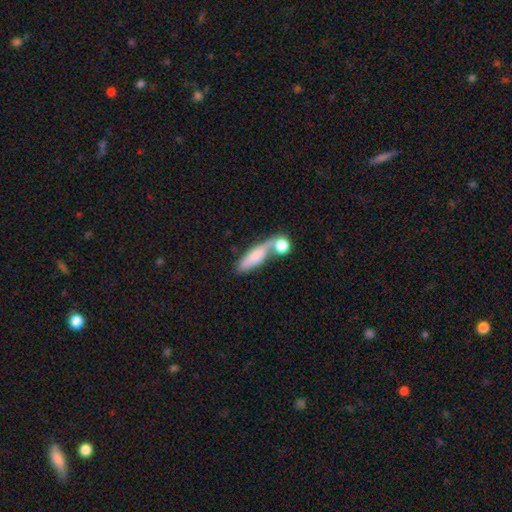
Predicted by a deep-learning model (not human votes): Morphology: type=smooth (70%); roundness=cigar-shaped (50%); merging=merger (39%).